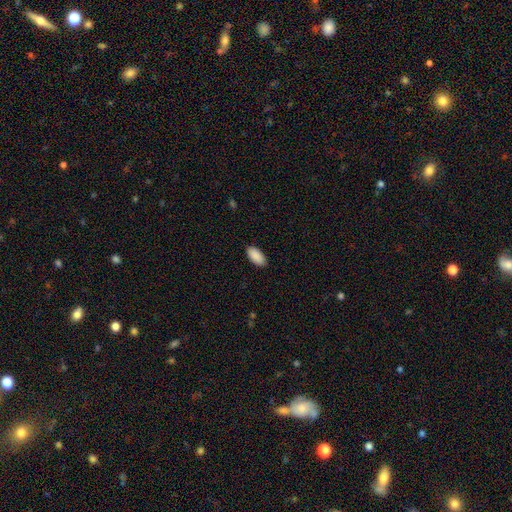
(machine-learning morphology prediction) A smooth galaxy with no disk features (91%) that is in between round and cigar-shaped (93%). Merging: none (89%).